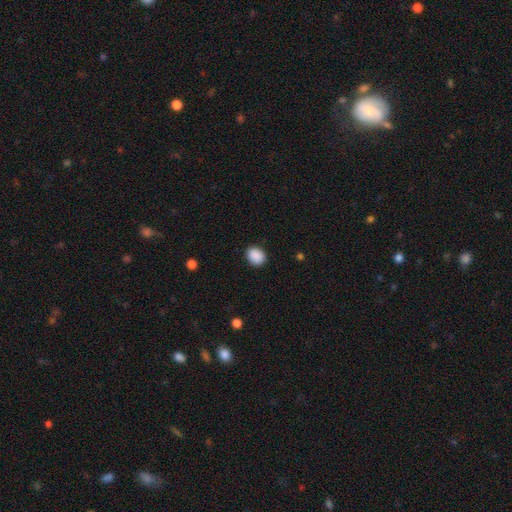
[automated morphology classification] Smooth or featured? smooth (90%)
How rounded? in between (50%)
Merging? none (89%)